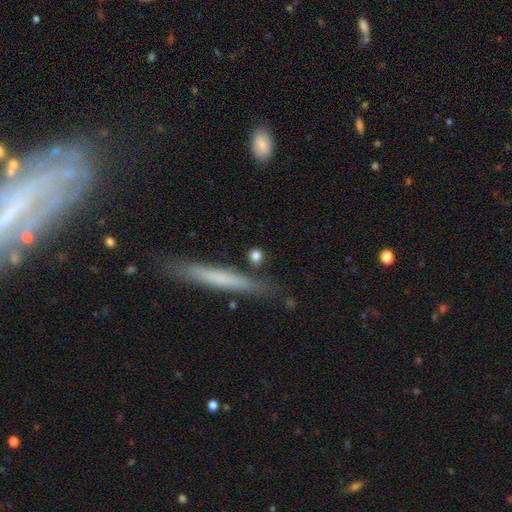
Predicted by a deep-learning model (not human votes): smooth-or-featured: smooth: 81% | featured or disk: 11% | star or artifact: 8%
  how-rounded: round: 56% | in between: 23% | cigar-shaped: 22%
  merging: none: 81% | minor disturbance: 10% | merger: 6% | major disturbance: 3%